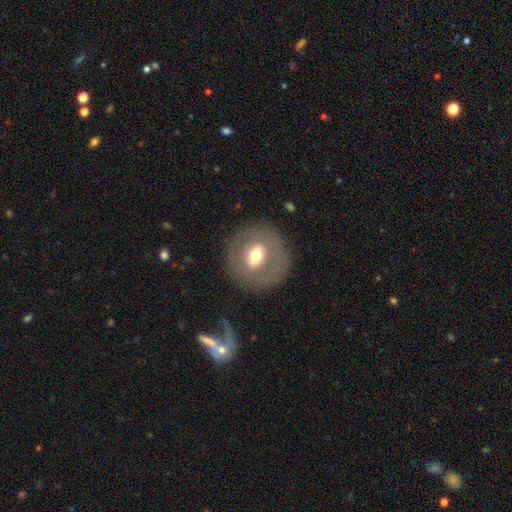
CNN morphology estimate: type=smooth (47%); merging=none (83%).